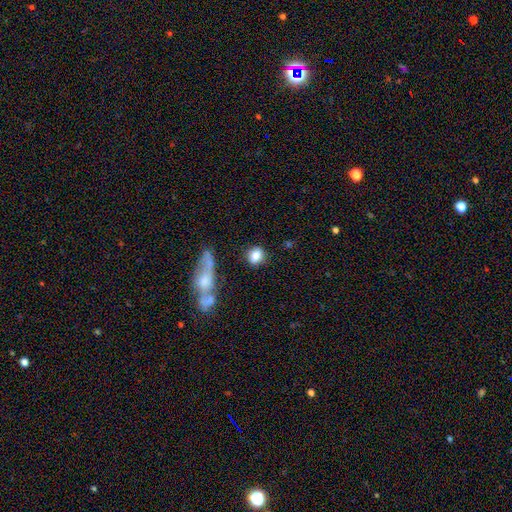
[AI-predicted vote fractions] Overall: smooth (83%). How rounded: round (57%; in between 40%). Merging: none (75%).